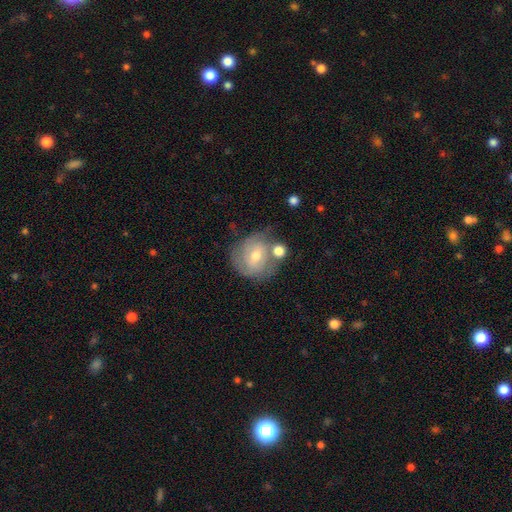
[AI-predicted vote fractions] Smooth or featured?
  - featured or disk: 51% *
  - smooth: 41%
  - star or artifact: 8%
Edge-on disk?
  - no: 96% *
  - yes: 4%
Merging?
  - none: 49% *
  - merger: 21%
  - minor disturbance: 21%
  - major disturbance: 10%